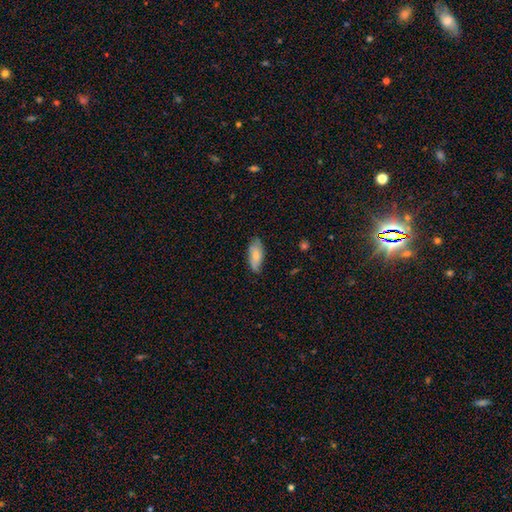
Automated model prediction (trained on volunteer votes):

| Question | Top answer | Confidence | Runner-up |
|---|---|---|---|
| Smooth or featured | smooth | 70% | featured or disk (24%) |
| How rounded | in between | 85% | cigar-shaped (13%) |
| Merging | none | 72% | minor disturbance (23%) |